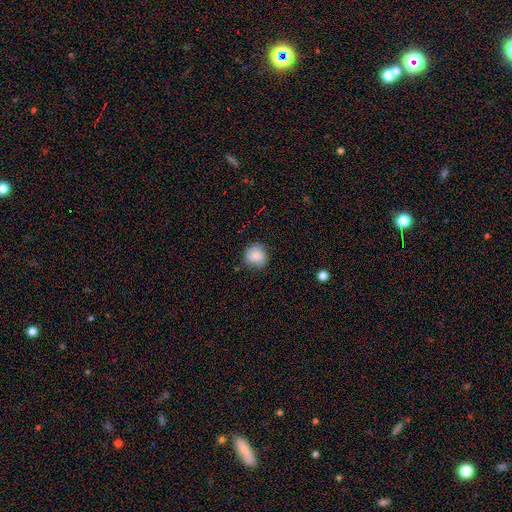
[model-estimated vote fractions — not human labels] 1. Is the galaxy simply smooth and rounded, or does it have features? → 76% smooth, 15% featured or disk, 9% star or artifact.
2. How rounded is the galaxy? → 83% round, 16% in between, 1% cigar-shaped.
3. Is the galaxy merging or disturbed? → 70% none, 23% minor disturbance, 5% major disturbance, 1% merger.